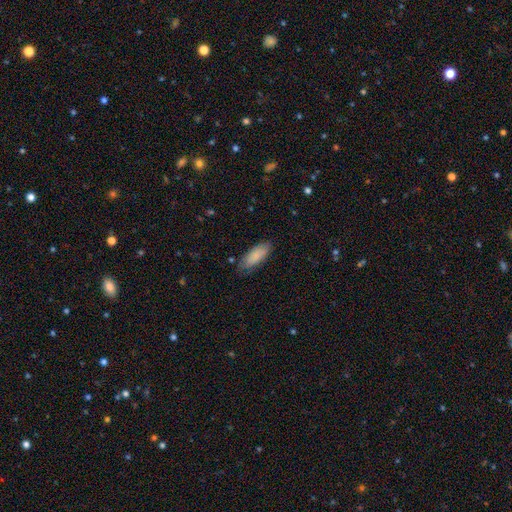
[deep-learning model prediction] Q: Smooth or featured?
A: smooth (84%); runner-up: featured or disk (10%)
Q: How rounded?
A: in between (75%); runner-up: cigar-shaped (23%)
Q: Merging?
A: none (75%); runner-up: minor disturbance (20%)